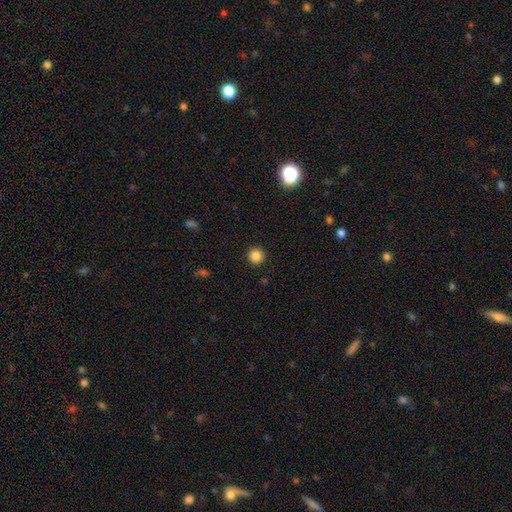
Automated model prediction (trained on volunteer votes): Smooth or featured: smooth — 85% (star or artifact — 11%)
How rounded: round — 95% (in between — 4%)
Merging: none — 93% (minor disturbance — 4%)